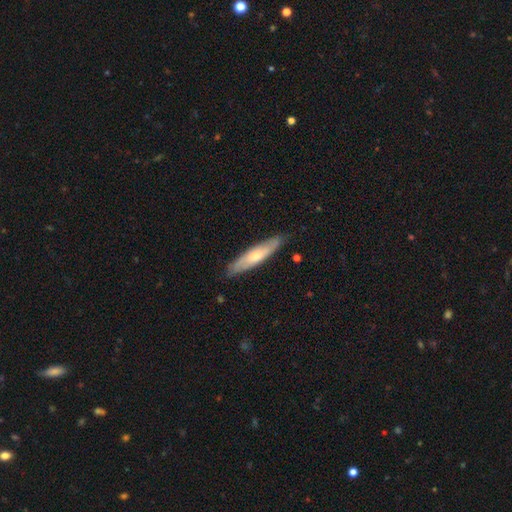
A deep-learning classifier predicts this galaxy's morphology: smooth_or_featured: smooth (p=0.52) [alt: featured or disk p=0.43]
how_rounded: cigar-shaped (p=0.79) [alt: in between p=0.19]
merging: none (p=0.85) [alt: minor disturbance p=0.12]